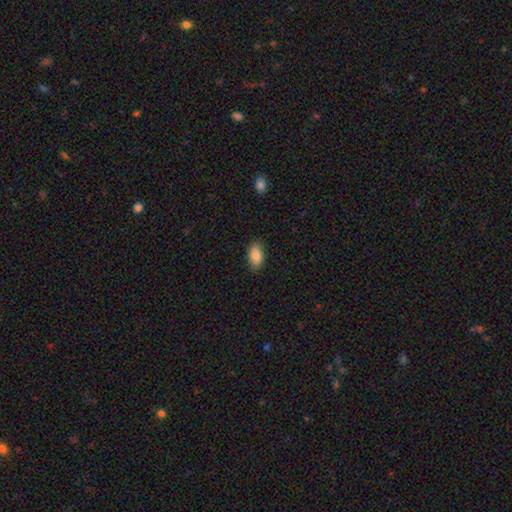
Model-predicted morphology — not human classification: Smooth or featured: smooth — 86% (star or artifact — 7%)
How rounded: in between — 92% (round — 5%)
Merging: none — 86% (minor disturbance — 11%)